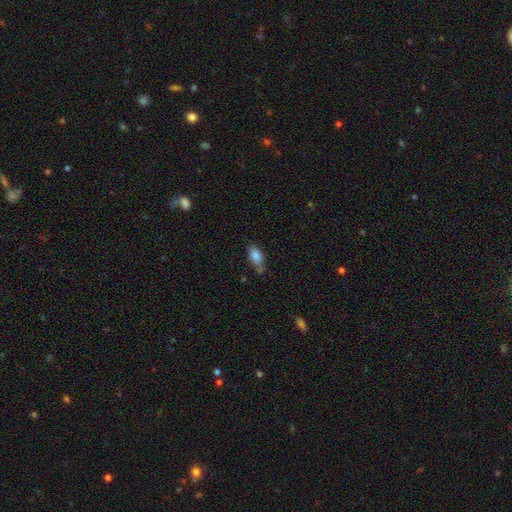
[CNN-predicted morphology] Overall: smooth (83%). How rounded: in between (90%). Merging: none (59%; minor disturbance 24%).